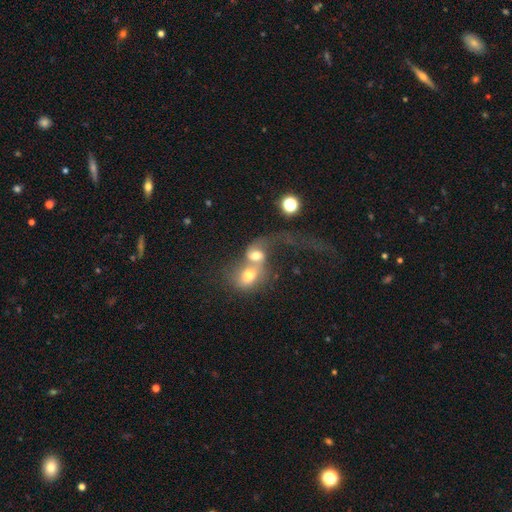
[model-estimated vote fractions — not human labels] Smooth or featured: smooth — 53% (featured or disk — 35%)
How rounded: round — 51% (in between — 47%)
Merging: merger — 79% (major disturbance — 9%)